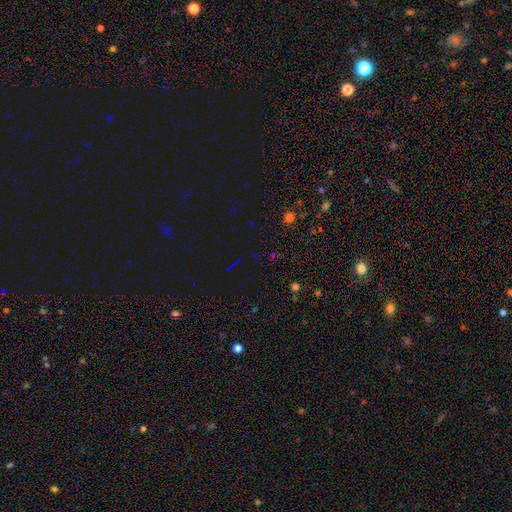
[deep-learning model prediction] A star or artifact, not a galaxy (70%).

Vote fractions:
- Smooth or featured? star or artifact: 70% / smooth: 20% / featured or disk: 10%